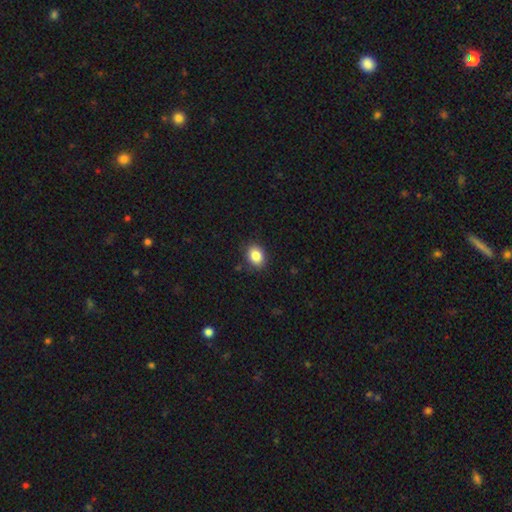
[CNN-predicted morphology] A smooth galaxy with no disk features (85%) that is in between round and cigar-shaped (58%).

Vote fractions:
- Smooth or featured? smooth: 85% / star or artifact: 9% / featured or disk: 5%
- How rounded? in between: 58% / round: 41% / cigar-shaped: 1%
- Merging? none: 87% / minor disturbance: 9% / major disturbance: 2% / merger: 1%